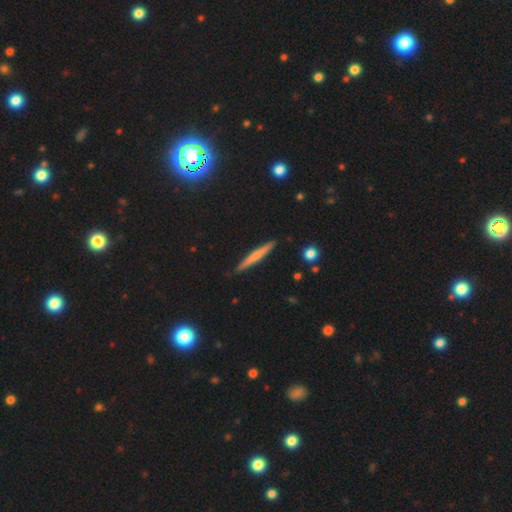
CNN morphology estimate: A smooth galaxy with no disk features (56%) that is cigar-shaped (96%). Merging: none (90%).